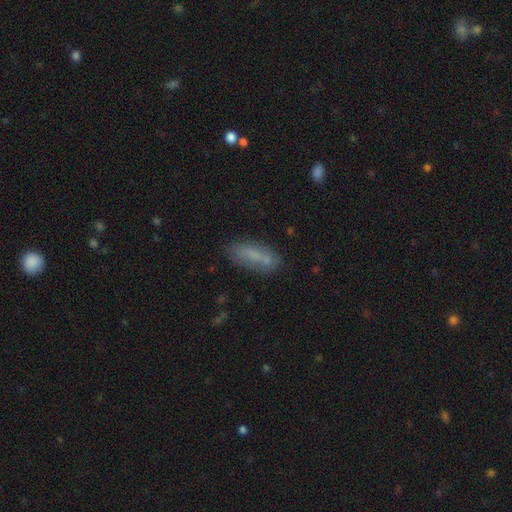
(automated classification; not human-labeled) Overall: smooth (71%). How rounded: in between (56%; cigar-shaped 41%). Merging: none (71%).